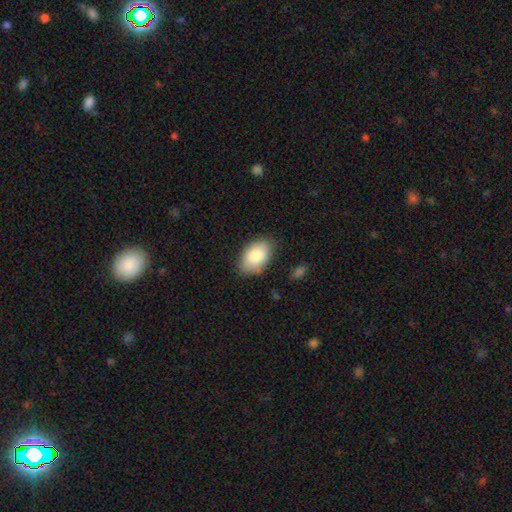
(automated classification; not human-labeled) The model was most divided on "merging": none: 81%, minor disturbance: 15%, major disturbance: 3%, merger: 2%. More confident: how rounded — in between (92%); smooth or featured — smooth (83%).